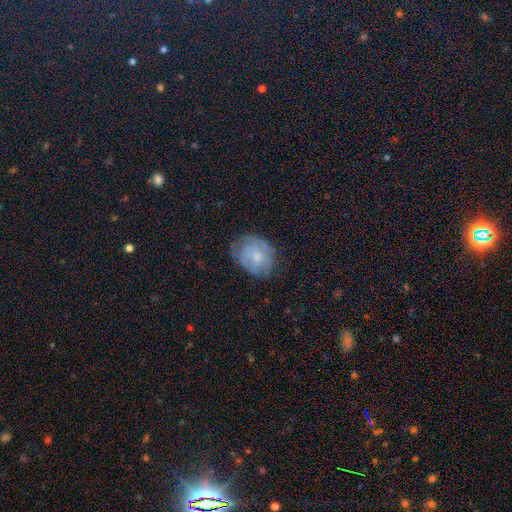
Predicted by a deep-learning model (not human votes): This appears to be a smooth galaxy with no disk features (51%) that is in between round and cigar-shaped (52%). Merging: none (64%).